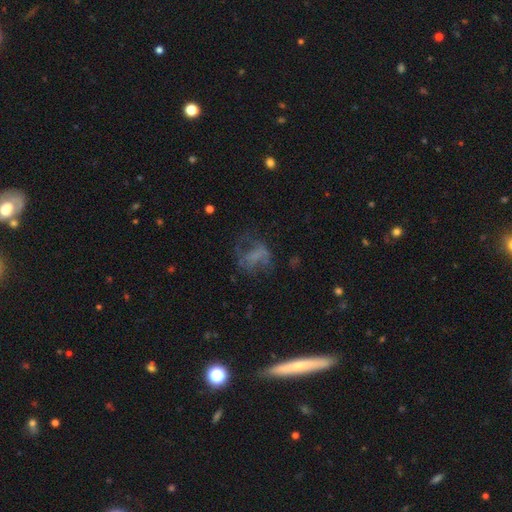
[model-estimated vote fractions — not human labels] Overall: featured or disk (45%; smooth 35%). Merging: none (44%; major disturbance 34%).